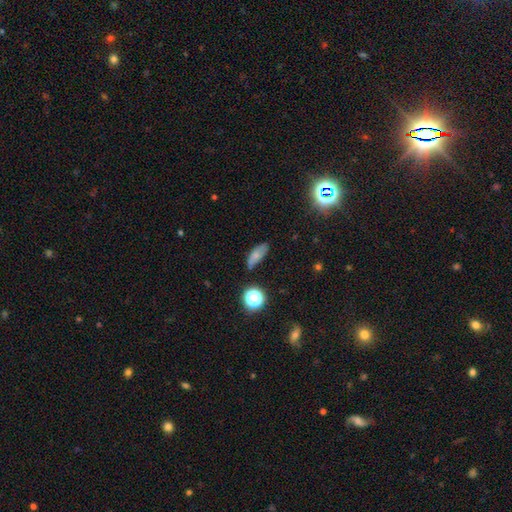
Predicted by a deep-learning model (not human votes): Overall: smooth (70%). How rounded: in between (74%). Merging: none (67%).